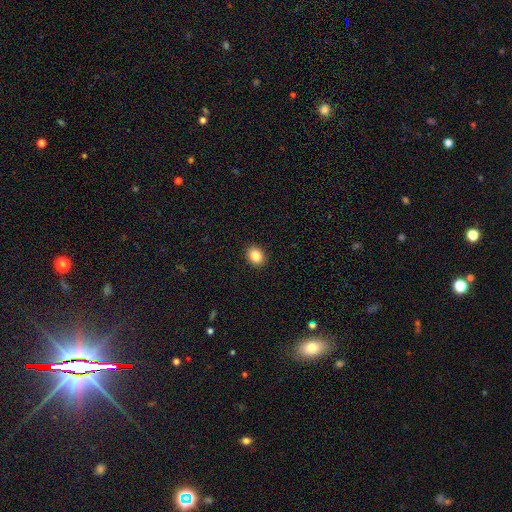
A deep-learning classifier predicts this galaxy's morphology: Overall: smooth (86%). How rounded: round (53%; in between 46%). Merging: none (92%).